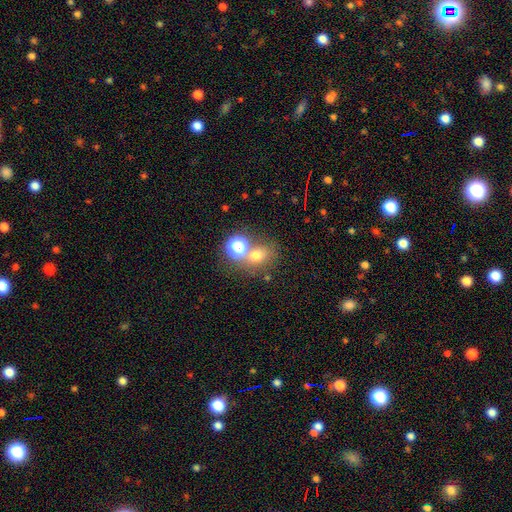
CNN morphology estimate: type=smooth (67%); roundness=round (66%); merging=none (57%).